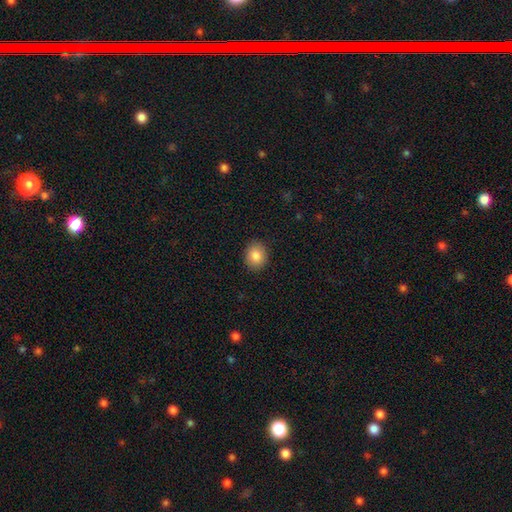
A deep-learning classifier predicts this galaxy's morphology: Overall: smooth (85%). How rounded: round (61%; in between 38%). Merging: none (90%).